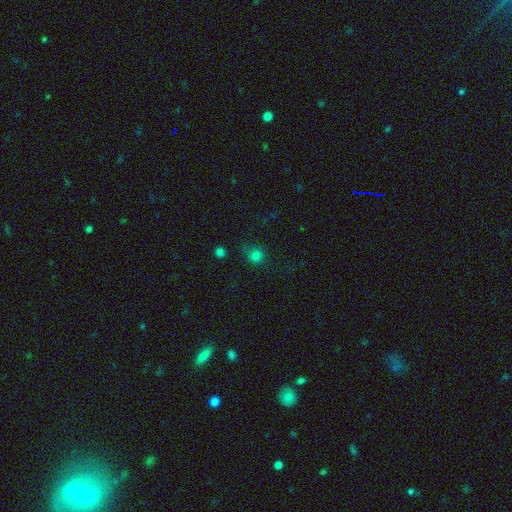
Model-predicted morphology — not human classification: smooth-or-featured: smooth: 76% | star or artifact: 19% | featured or disk: 5%
  how-rounded: round: 87% | in between: 12% | cigar-shaped: 1%
  merging: none: 68% | minor disturbance: 19% | major disturbance: 8% | merger: 5%